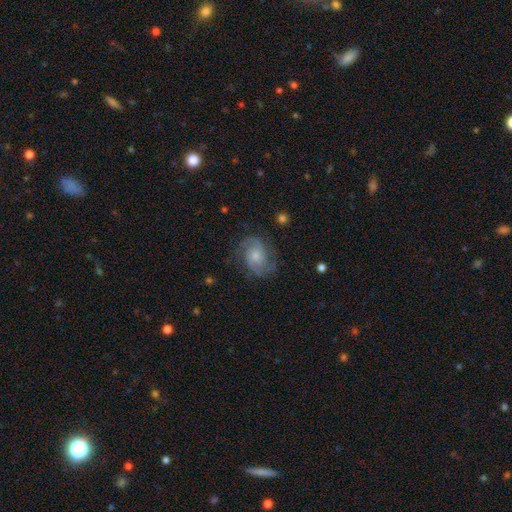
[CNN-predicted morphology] smooth-or-featured: featured or disk: 73% | smooth: 20% | star or artifact: 7%
  disk-edge-on: no: 98% | yes: 2%
    bar: no: 70% | weak: 26% | strong: 4%
    has-spiral-arms: yes: 93% | no: 7%
      spiral-winding: medium: 47% | tight: 34% | loose: 18%
      spiral-arm-count: 2: 61% | can't tell: 16% | 3: 12% | 1: 4% | 4: 3% | more than 4: 3%
    bulge-size: small: 52% | moderate: 37% | none: 6% | large: 4% | dominant: 1%
  merging: none: 70% | minor disturbance: 19% | major disturbance: 10% | merger: 1%